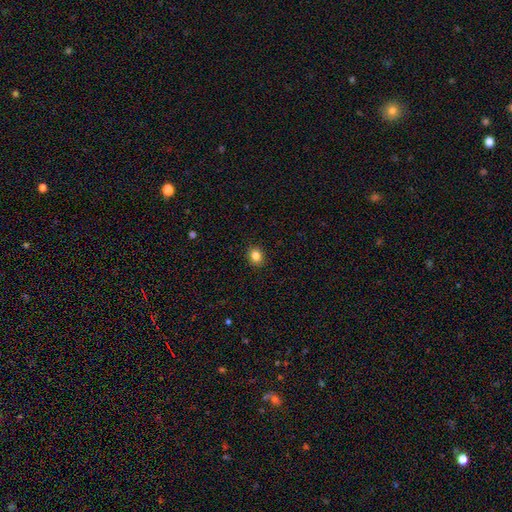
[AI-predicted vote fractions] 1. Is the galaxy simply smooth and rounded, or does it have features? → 85% smooth, 11% star or artifact, 5% featured or disk.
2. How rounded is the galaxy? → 62% round, 37% in between, 1% cigar-shaped.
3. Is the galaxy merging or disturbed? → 91% none, 7% minor disturbance, 2% major disturbance, 1% merger.